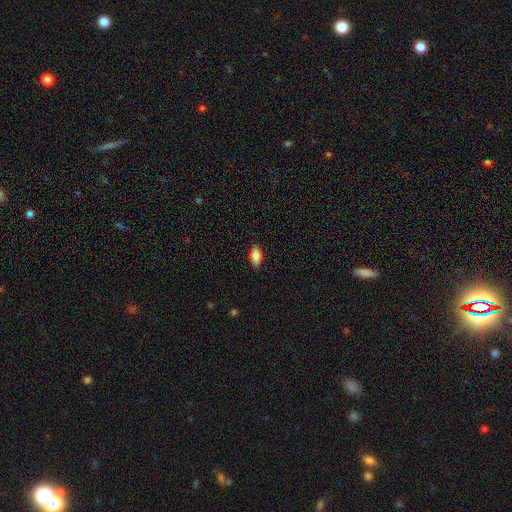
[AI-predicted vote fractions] The model was most divided on "smooth or featured": smooth: 84%, featured or disk: 9%, star or artifact: 7%. More confident: merging — none (88%); how rounded — in between (87%).